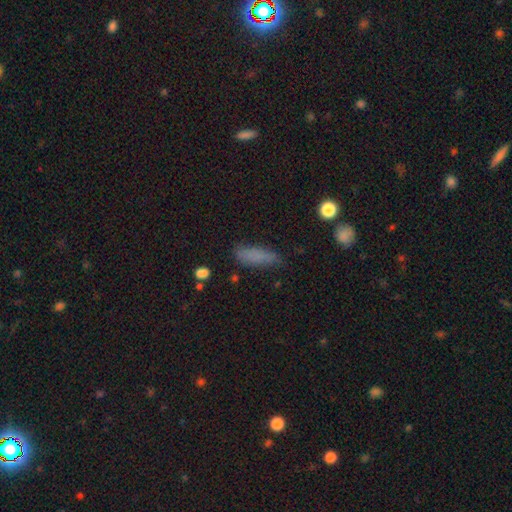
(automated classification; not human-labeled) This appears to be a smooth galaxy with no disk features (77%) that is cigar-shaped (52%). Merging: none (69%).